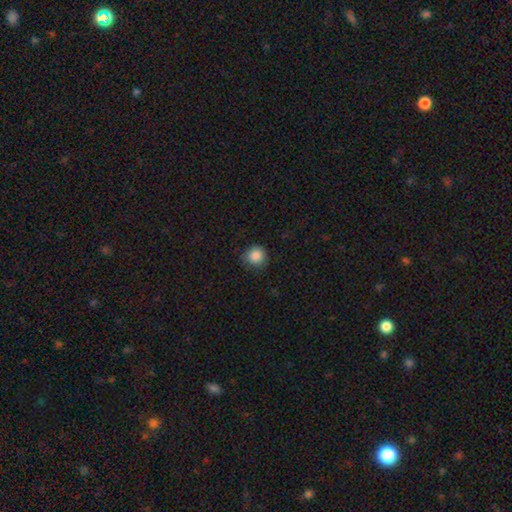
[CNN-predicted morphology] This is clearly a smooth galaxy (87%). How rounded: clearly round (92%). Merging: likely none (78%).